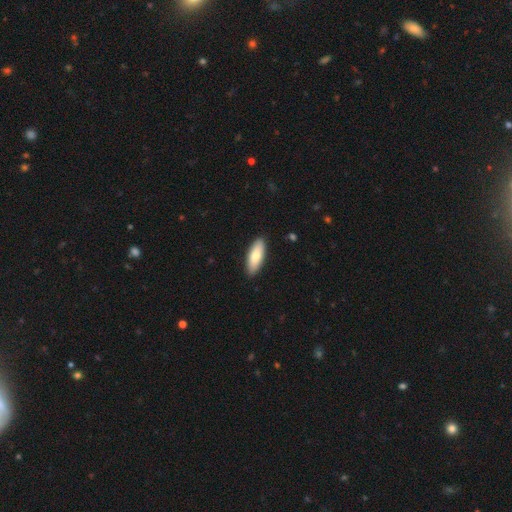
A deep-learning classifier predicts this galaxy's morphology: smooth_or_featured: smooth (p=0.78) [alt: featured or disk p=0.16]
how_rounded: in between (p=0.71) [alt: cigar-shaped p=0.27]
merging: none (p=0.89) [alt: minor disturbance p=0.08]